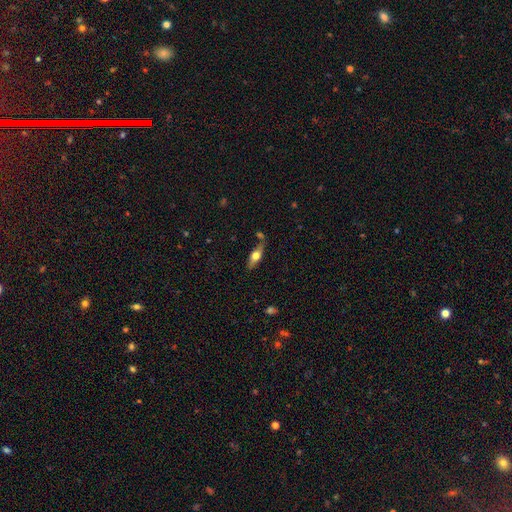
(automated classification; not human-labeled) Smooth or featured: smooth — 48% (featured or disk — 46%)
Merging: none — 73% (minor disturbance — 15%)